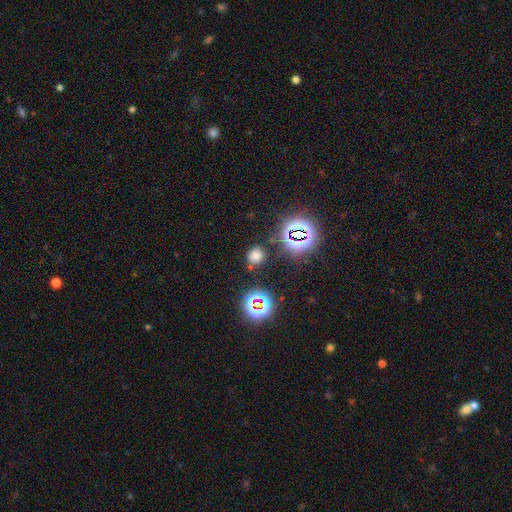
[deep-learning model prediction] smooth-or-featured: smooth: 66% | star or artifact: 29% | featured or disk: 6%
  how-rounded: round: 87% | in between: 12% | cigar-shaped: 1%
  merging: none: 82% | minor disturbance: 9% | merger: 5% | major disturbance: 4%